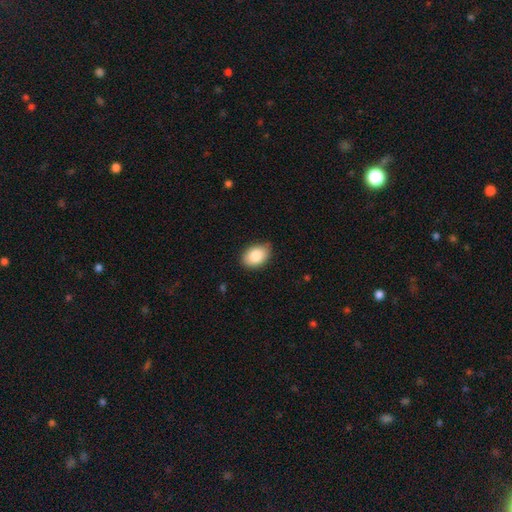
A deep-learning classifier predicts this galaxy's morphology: This is clearly a smooth galaxy (85%). How rounded: clearly in between (84%). Merging: clearly none (83%).